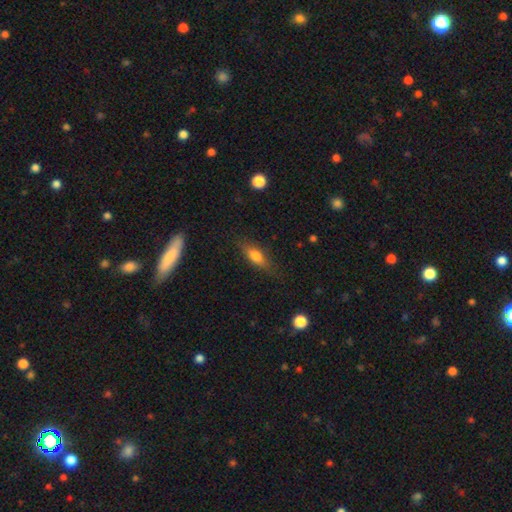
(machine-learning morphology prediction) Smooth or featured? smooth (63%)
How rounded? in between (58%)
Merging? none (78%)